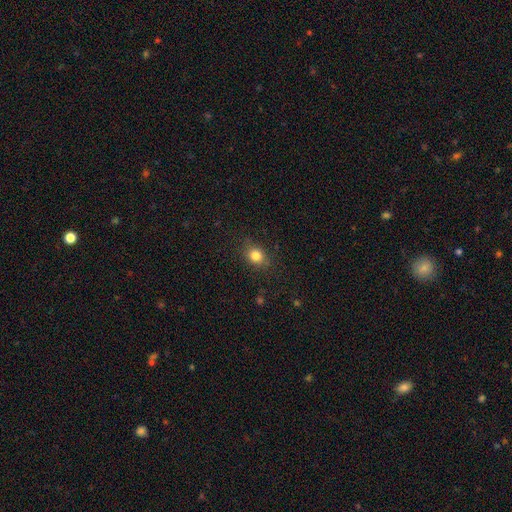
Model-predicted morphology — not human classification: smooth_or_featured: smooth (p=0.82) [alt: star or artifact p=0.11]
how_rounded: round (p=0.60) [alt: in between p=0.39]
merging: none (p=0.83) [alt: minor disturbance p=0.12]